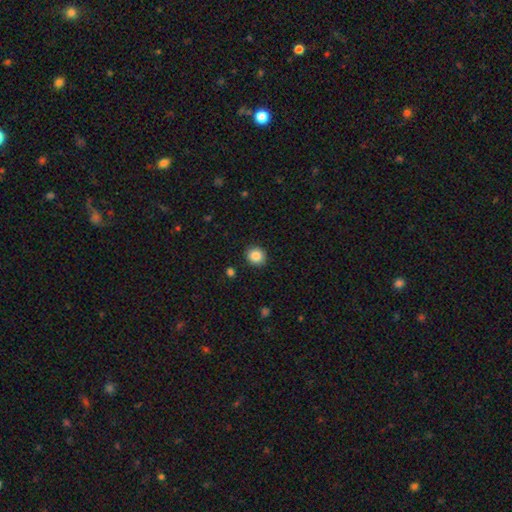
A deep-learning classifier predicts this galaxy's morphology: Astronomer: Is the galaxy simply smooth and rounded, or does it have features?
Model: smooth — 86%.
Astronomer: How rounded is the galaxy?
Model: round — 86%.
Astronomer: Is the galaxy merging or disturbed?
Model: none — 91%.